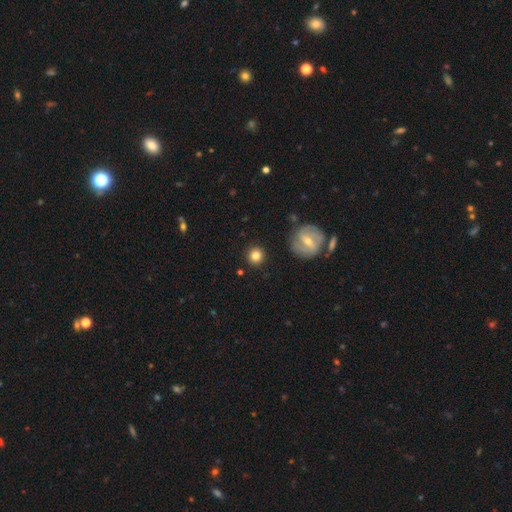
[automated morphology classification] Overall: smooth (79%). How rounded: round (94%). Merging: none (88%).